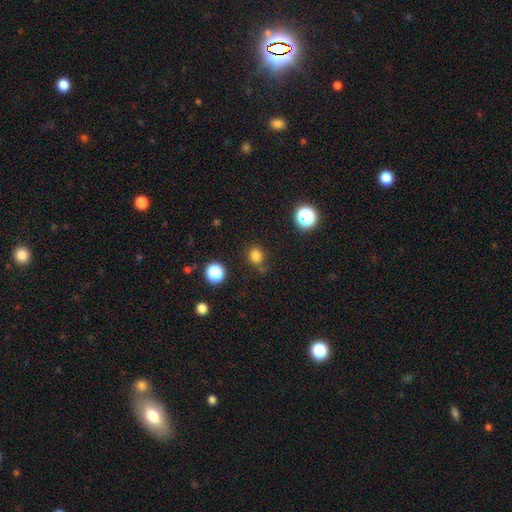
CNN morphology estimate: smooth-or-featured: smooth: 78% | star or artifact: 17% | featured or disk: 5%
  how-rounded: round: 77% | in between: 22% | cigar-shaped: 1%
  merging: none: 74% | minor disturbance: 16% | merger: 5% | major disturbance: 5%